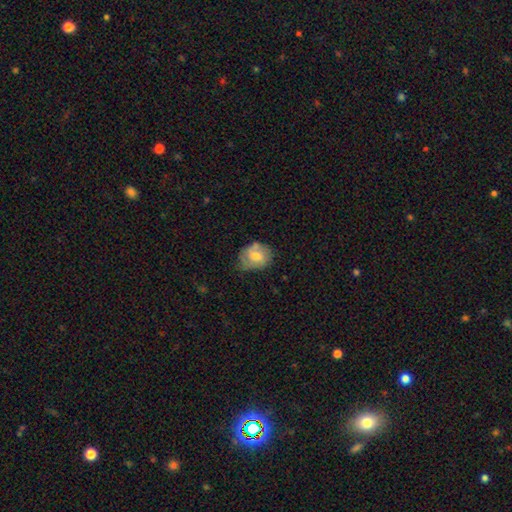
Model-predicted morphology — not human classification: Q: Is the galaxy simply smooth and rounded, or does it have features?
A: smooth — 58%.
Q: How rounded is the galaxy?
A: in between — 50%.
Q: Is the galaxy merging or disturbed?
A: none — 50%.